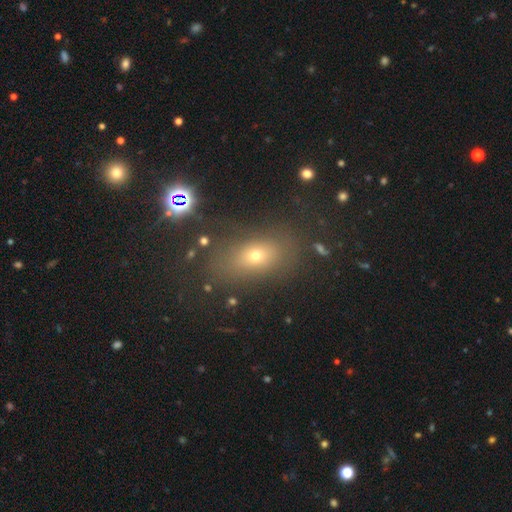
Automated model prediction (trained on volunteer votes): A smooth galaxy with no disk features (63%) that is in between round and cigar-shaped (71%). Merging: none (75%).